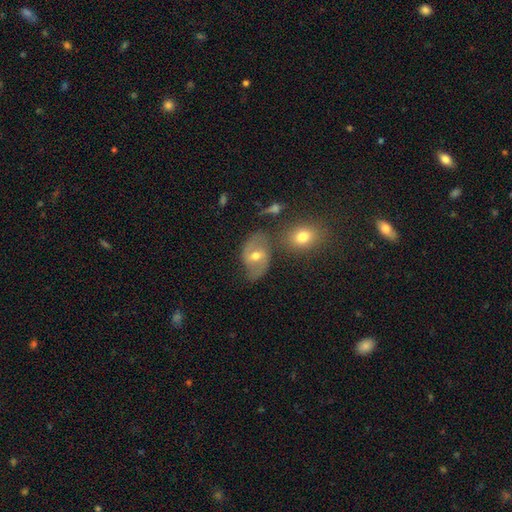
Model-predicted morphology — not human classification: Smooth or featured? featured or disk (63%)
Edge-on disk? no (96%)
Bar? weak (46%)
Spiral arms? yes (79%)
Bulge size? moderate (71%)
Merging? none (66%)